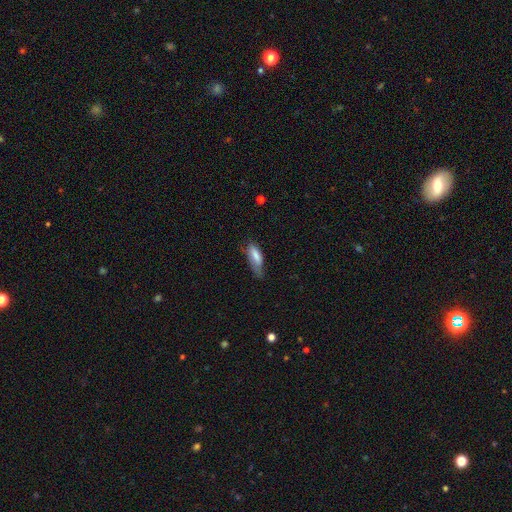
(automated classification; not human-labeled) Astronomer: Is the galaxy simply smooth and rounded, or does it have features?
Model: smooth — 75%.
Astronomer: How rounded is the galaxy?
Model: in between — 59% (runner-up: cigar-shaped, 39%).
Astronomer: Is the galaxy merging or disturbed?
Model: none — 47% (runner-up: minor disturbance, 37%).